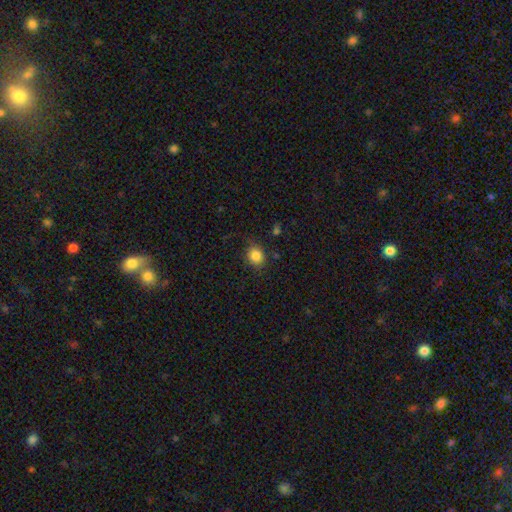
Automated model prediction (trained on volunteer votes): smooth_or_featured: smooth (p=0.84) [alt: star or artifact p=0.10]
how_rounded: round (p=0.67) [alt: in between p=0.32]
merging: none (p=0.78) [alt: minor disturbance p=0.15]